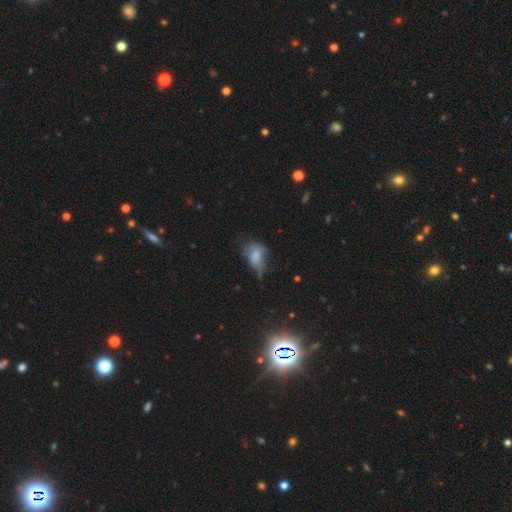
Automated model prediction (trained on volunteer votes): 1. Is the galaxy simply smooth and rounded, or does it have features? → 65% smooth, 22% featured or disk, 13% star or artifact.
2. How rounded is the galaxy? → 81% in between, 16% round, 3% cigar-shaped.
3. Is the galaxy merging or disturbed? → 38% major disturbance, 32% minor disturbance, 24% none, 6% merger.